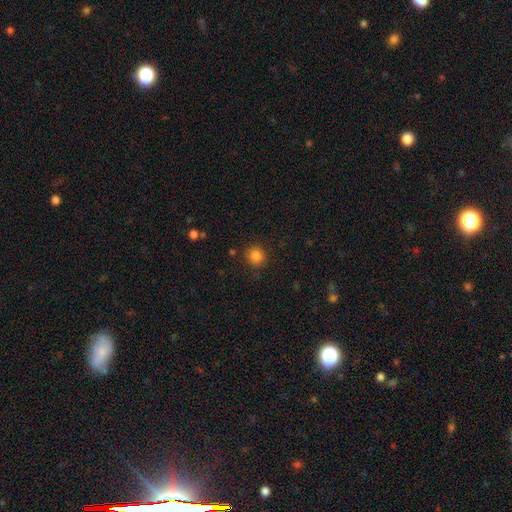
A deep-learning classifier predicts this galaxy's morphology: The model was most divided on "smooth or featured": smooth: 84%, star or artifact: 12%, featured or disk: 4%. More confident: how rounded — round (91%); merging — none (88%).